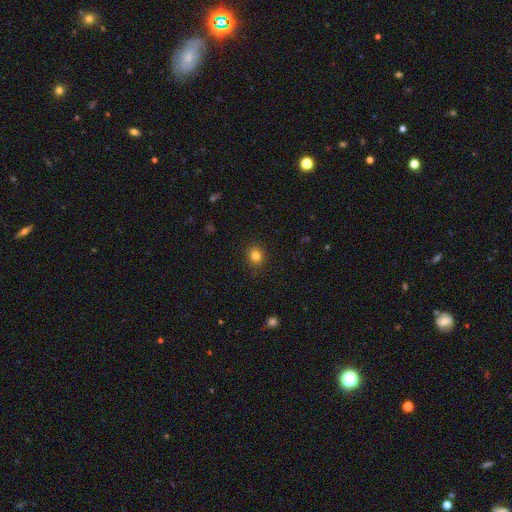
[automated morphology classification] smooth_or_featured: smooth (p=0.82) [alt: star or artifact p=0.12]
how_rounded: round (p=0.82) [alt: in between p=0.17]
merging: none (p=0.90) [alt: minor disturbance p=0.07]